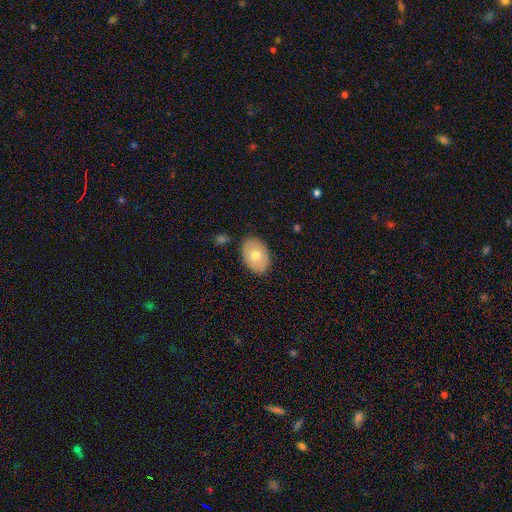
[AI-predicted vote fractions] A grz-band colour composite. It shows a smooth galaxy with no disk features (69%) that is in between round and cigar-shaped (84%). Merging: none (85%).